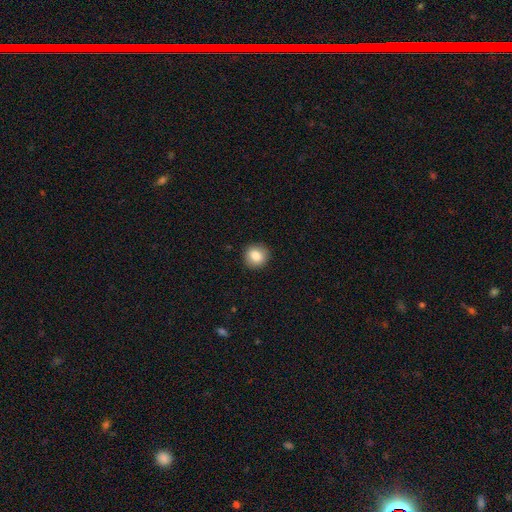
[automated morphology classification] A smooth galaxy with no disk features (85%) that is round (87%). Merging: none (90%).